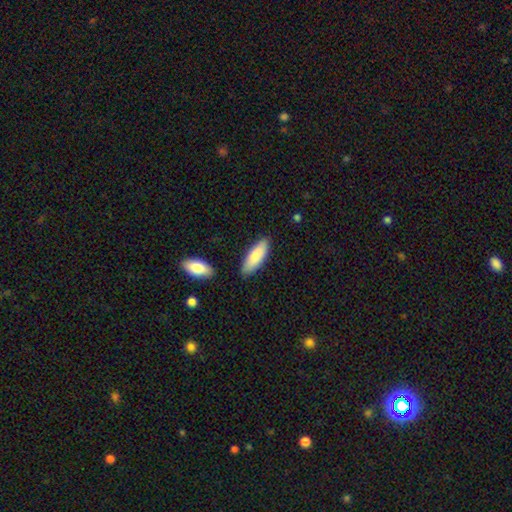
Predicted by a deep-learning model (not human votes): This is clearly a smooth galaxy (82%). How rounded: likely in between (62%). Merging: clearly none (82%).